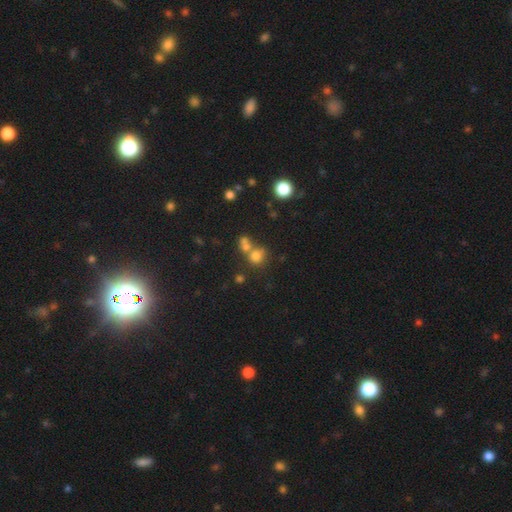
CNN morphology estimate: A smooth galaxy with no disk features (73%) that is round (77%). Merging: none (43%, tied with merger).